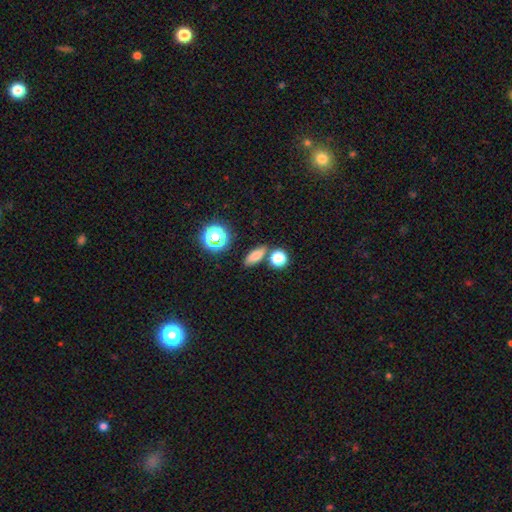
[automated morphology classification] smooth_or_featured: smooth (p=0.73) [alt: star or artifact p=0.16]
how_rounded: in between (p=0.58) [alt: cigar-shaped p=0.25]
merging: none (p=0.79) [alt: minor disturbance p=0.10]